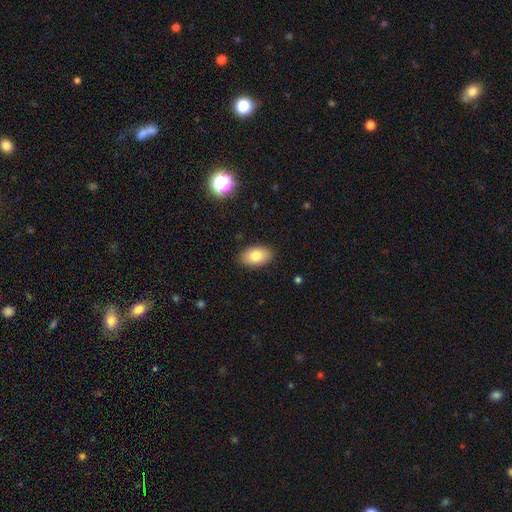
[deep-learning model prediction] Smooth or featured?
  - smooth: 80% *
  - featured or disk: 12%
  - star or artifact: 8%
How rounded?
  - in between: 92% *
  - round: 7%
  - cigar-shaped: 1%
Merging?
  - none: 87% *
  - minor disturbance: 9%
  - major disturbance: 2%
  - merger: 1%